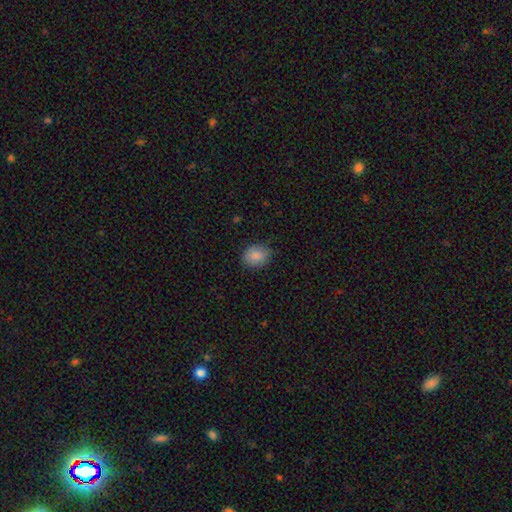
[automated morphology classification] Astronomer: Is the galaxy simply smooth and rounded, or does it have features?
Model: smooth — 88%.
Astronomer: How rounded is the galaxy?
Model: in between — 50% (runner-up: round, 49%).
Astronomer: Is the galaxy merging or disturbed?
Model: none — 81%.